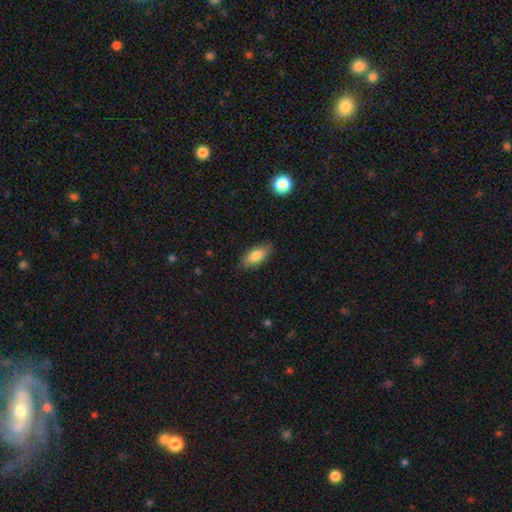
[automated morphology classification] Smooth or featured?
  - smooth: 80% *
  - featured or disk: 14%
  - star or artifact: 7%
How rounded?
  - in between: 83% *
  - cigar-shaped: 14%
  - round: 3%
Merging?
  - none: 84% *
  - minor disturbance: 13%
  - major disturbance: 3%
  - merger: 1%